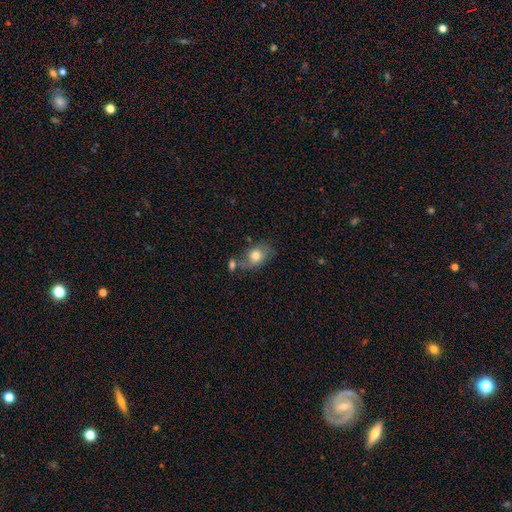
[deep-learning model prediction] Morphology: type=smooth (75%); roundness=in between (69%); merging=none (50%).